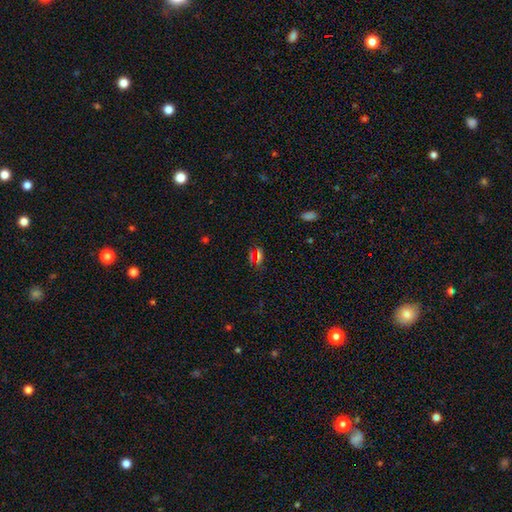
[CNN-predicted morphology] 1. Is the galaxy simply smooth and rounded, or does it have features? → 51% smooth, 38% star or artifact, 11% featured or disk.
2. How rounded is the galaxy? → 62% in between, 21% cigar-shaped, 17% round.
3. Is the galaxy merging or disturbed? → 77% none, 13% minor disturbance, 6% major disturbance, 4% merger.